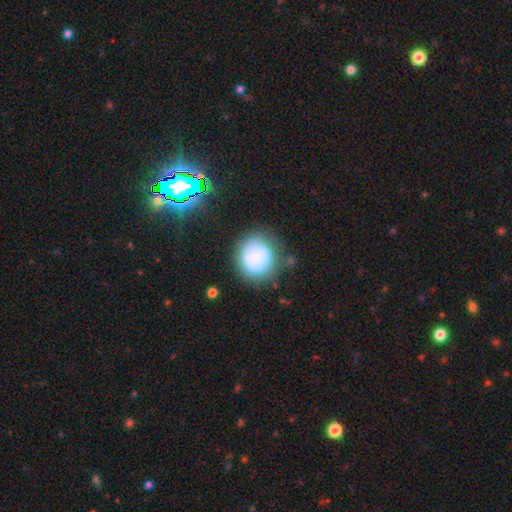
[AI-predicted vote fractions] smooth 62%, featured or disk 28%, star or artifact 10%. Down the decision tree: how rounded — round (82%); merging — none (51%).